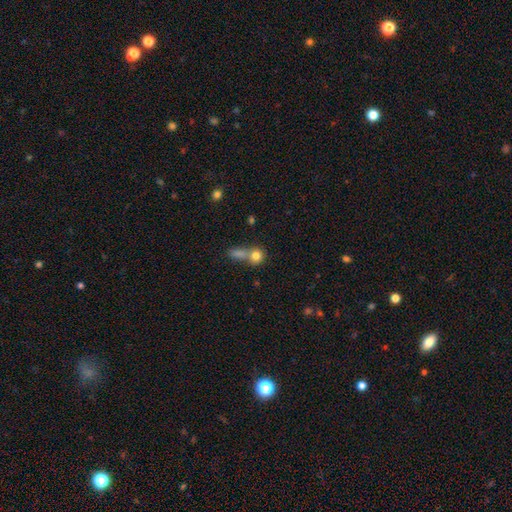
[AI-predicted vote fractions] This appears to be a smooth galaxy with no disk features (80%) that is round (82%). Merging: merger (45%).